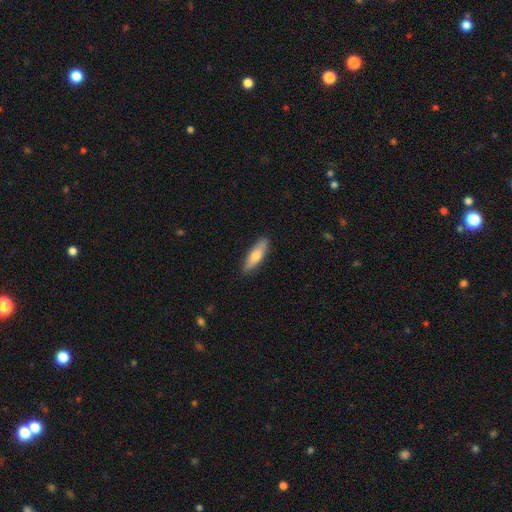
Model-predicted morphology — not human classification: smooth-or-featured: smooth: 65% | featured or disk: 30% | star or artifact: 6%
  how-rounded: cigar-shaped: 65% | in between: 33% | round: 2%
  merging: none: 87% | minor disturbance: 10% | major disturbance: 2% | merger: 1%